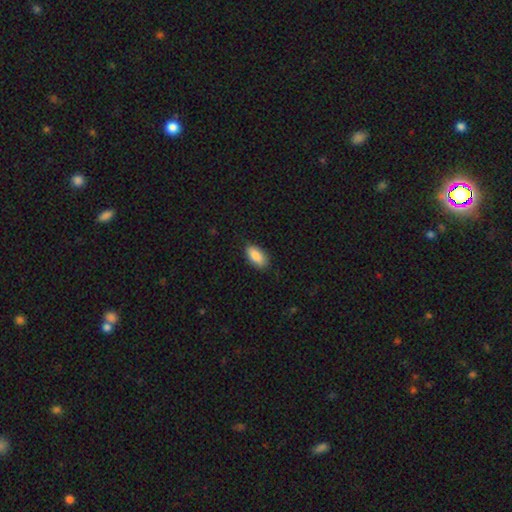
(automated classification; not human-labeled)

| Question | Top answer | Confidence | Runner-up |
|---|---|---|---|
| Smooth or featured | smooth | 87% | featured or disk (6%) |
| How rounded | in between | 91% | cigar-shaped (6%) |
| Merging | none | 84% | minor disturbance (13%) |